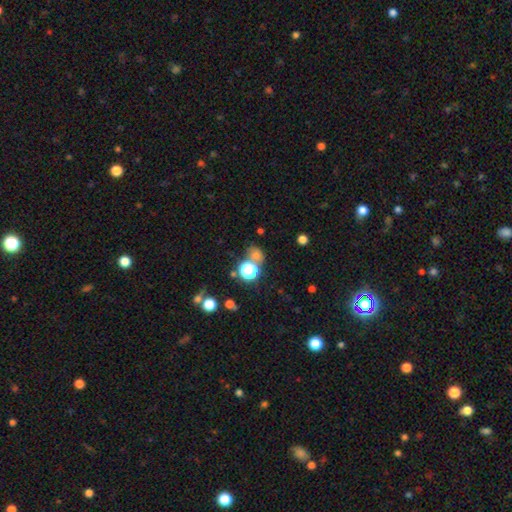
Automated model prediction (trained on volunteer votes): Smooth or featured? smooth (56%)
How rounded? round (72%)
Merging? none (60%)